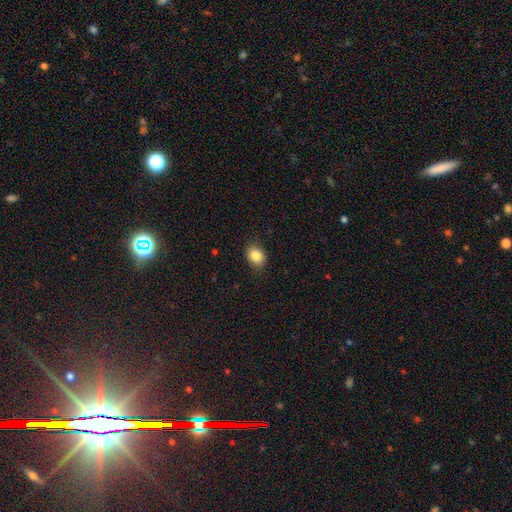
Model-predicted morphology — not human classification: Overall: smooth (85%). How rounded: in between (56%; round 43%). Merging: none (84%).